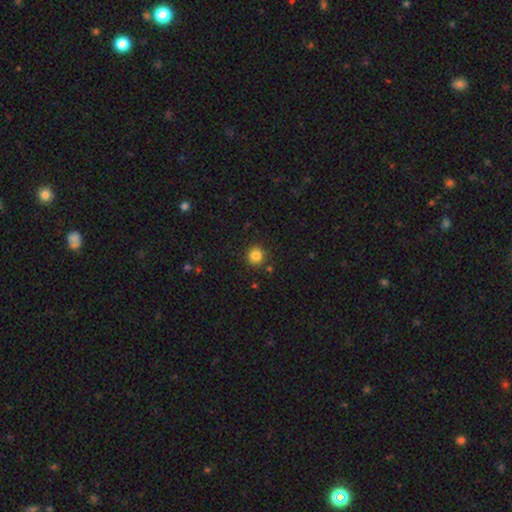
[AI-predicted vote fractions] smooth-or-featured: smooth: 84% | star or artifact: 11% | featured or disk: 4%
  how-rounded: round: 95% | in between: 5% | cigar-shaped: 1%
  merging: none: 90% | minor disturbance: 6% | merger: 2% | major disturbance: 2%